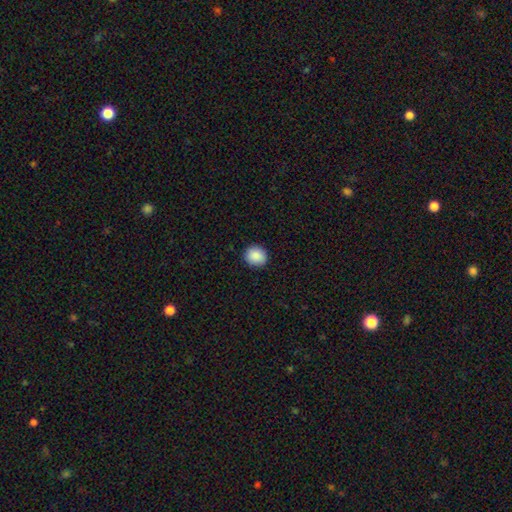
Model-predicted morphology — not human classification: type=smooth (89%); roundness=round (84%); merging=none (90%).